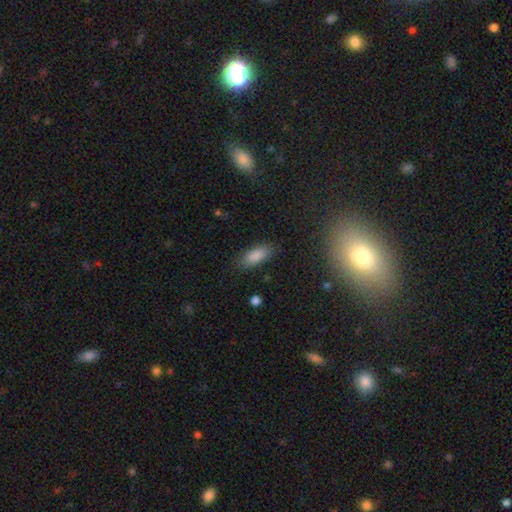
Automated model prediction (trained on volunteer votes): The model was most divided on "how rounded": in between: 80%, cigar-shaped: 18%, round: 2%. More confident: smooth or featured — smooth (87%); merging — none (84%).